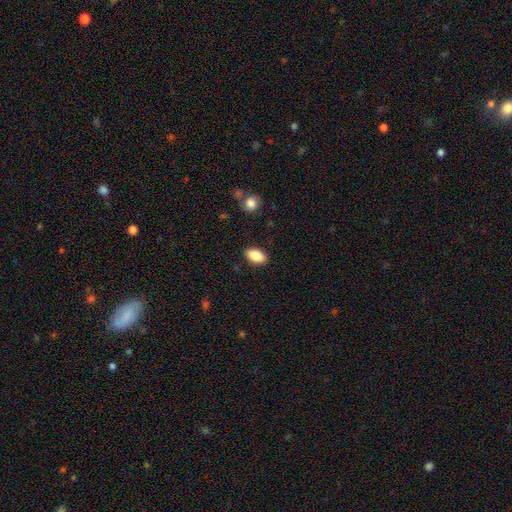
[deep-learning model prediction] Smooth or featured?
  - smooth: 84% *
  - featured or disk: 8%
  - star or artifact: 7%
How rounded?
  - in between: 92% *
  - round: 5%
  - cigar-shaped: 3%
Merging?
  - none: 88% *
  - minor disturbance: 9%
  - major disturbance: 2%
  - merger: 1%